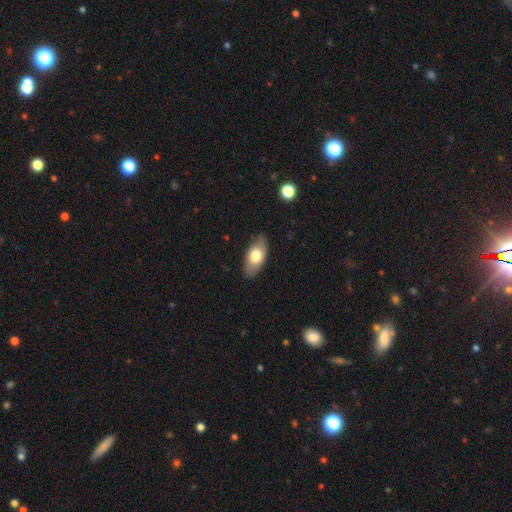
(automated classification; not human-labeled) smooth 71%, featured or disk 22%, star or artifact 6%. Down the decision tree: how rounded — in between (90%); merging — none (84%).